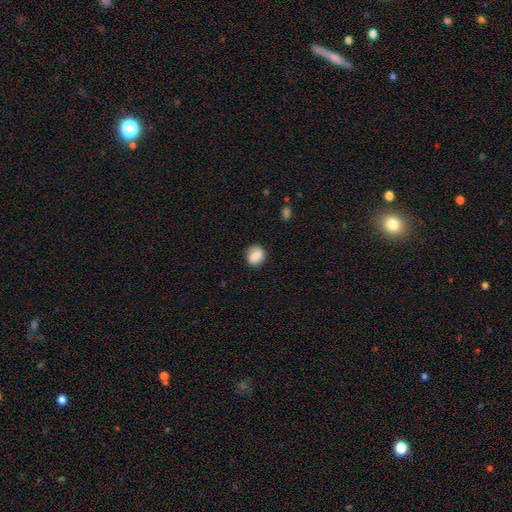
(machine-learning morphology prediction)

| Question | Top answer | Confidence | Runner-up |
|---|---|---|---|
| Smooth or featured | smooth | 77% | featured or disk (15%) |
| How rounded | round | 63% | in between (36%) |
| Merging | none | 78% | minor disturbance (16%) |